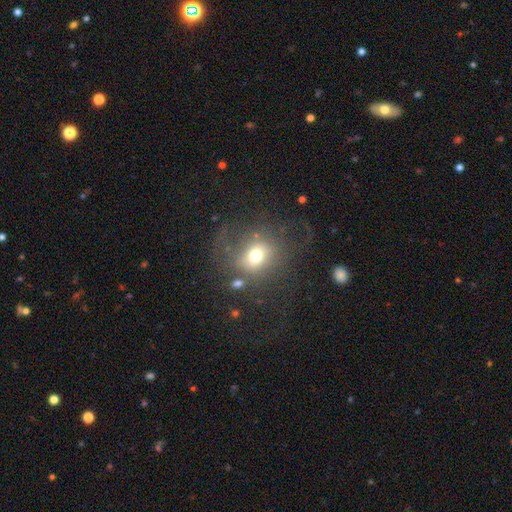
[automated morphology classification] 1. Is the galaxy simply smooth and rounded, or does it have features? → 58% smooth, 27% featured or disk, 15% star or artifact.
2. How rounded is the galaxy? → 66% round, 32% in between, 1% cigar-shaped.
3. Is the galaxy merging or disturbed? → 48% none, 28% major disturbance, 19% minor disturbance, 5% merger.